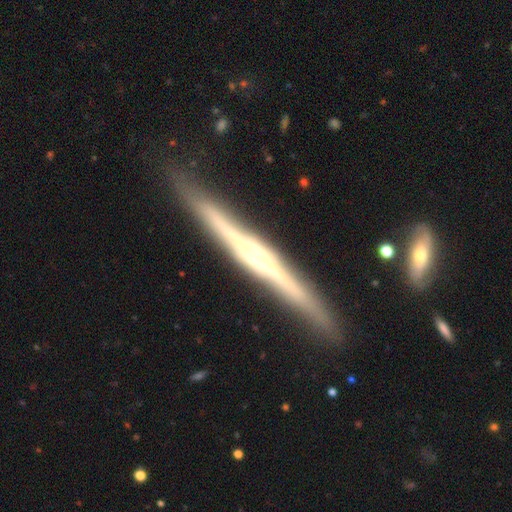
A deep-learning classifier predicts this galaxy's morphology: Smooth or featured: featured or disk — 83% (smooth — 12%)
Edge-on disk: yes — 97% (no — 3%)
Edge-on bulge: rounded — 80% (none — 10%)
Merging: none — 86% (minor disturbance — 10%)